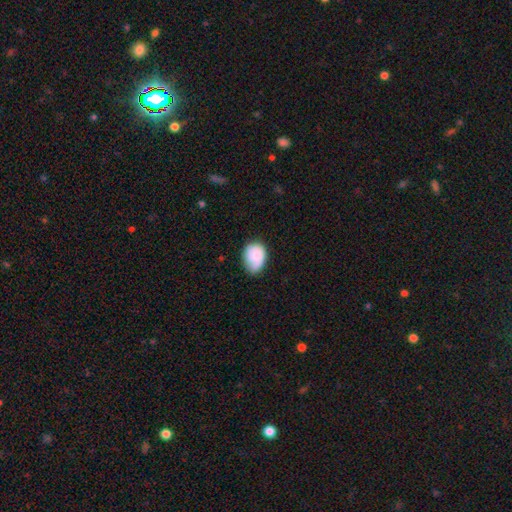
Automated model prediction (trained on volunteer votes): This appears to be a smooth galaxy with no disk features (81%) that is in between round and cigar-shaped (69%). Merging: none (54%).